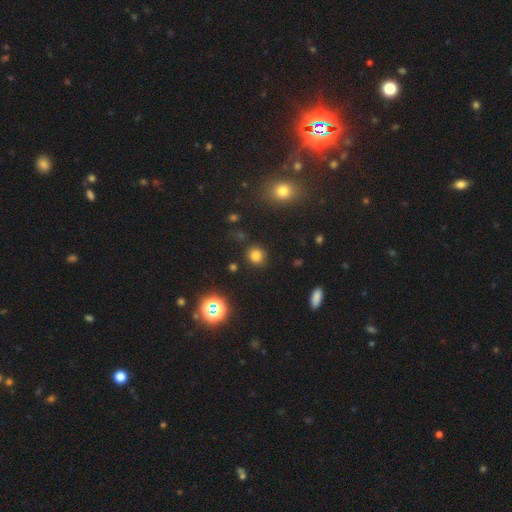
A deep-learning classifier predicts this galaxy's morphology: smooth_or_featured: smooth (p=0.77) [alt: star or artifact p=0.17]
how_rounded: round (p=0.83) [alt: in between p=0.16]
merging: none (p=0.87) [alt: minor disturbance p=0.08]